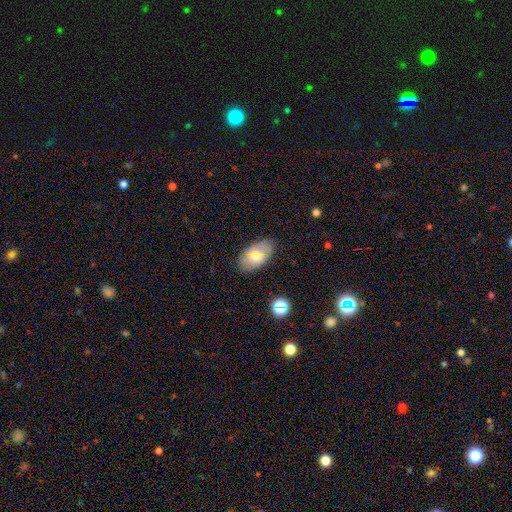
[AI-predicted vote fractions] smooth-or-featured: smooth: 63% | featured or disk: 22% | star or artifact: 15%
  how-rounded: in between: 92% | round: 5% | cigar-shaped: 3%
  merging: none: 83% | minor disturbance: 12% | major disturbance: 3% | merger: 1%